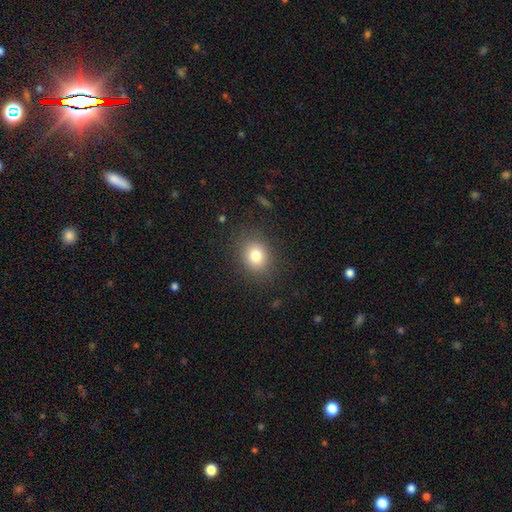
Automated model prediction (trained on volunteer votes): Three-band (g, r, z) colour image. It shows a smooth galaxy with no disk features (79%) that is round (59%). Merging: none (85%).